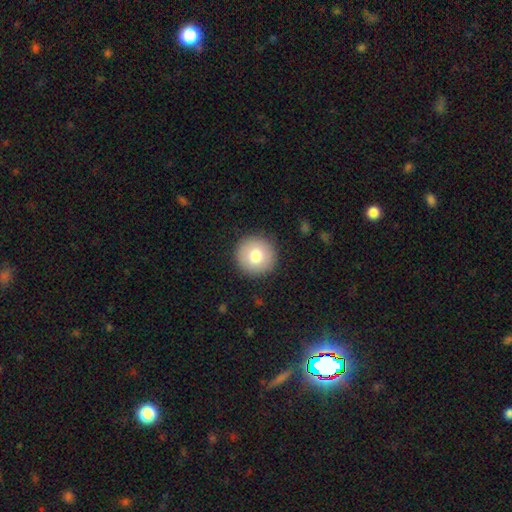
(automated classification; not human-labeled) This is likely a smooth galaxy (79%). How rounded: clearly round (96%). Merging: clearly none (91%).